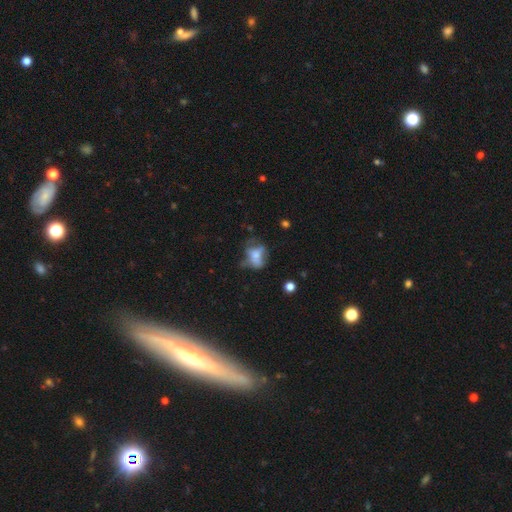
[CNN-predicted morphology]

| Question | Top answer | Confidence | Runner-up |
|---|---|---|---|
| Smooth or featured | smooth | 54% | featured or disk (33%) |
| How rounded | in between | 69% | round (28%) |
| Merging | major disturbance | 35% | none (33%) |